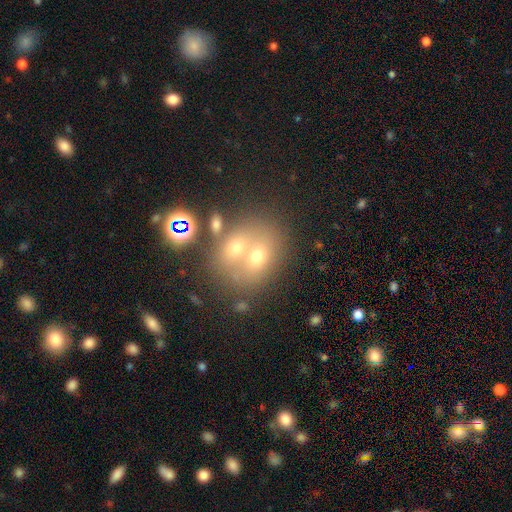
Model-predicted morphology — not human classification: Smooth or featured? Predicted: smooth (p=0.56). How rounded? Predicted: round (p=0.53). Merging? Predicted: merger (p=0.60).